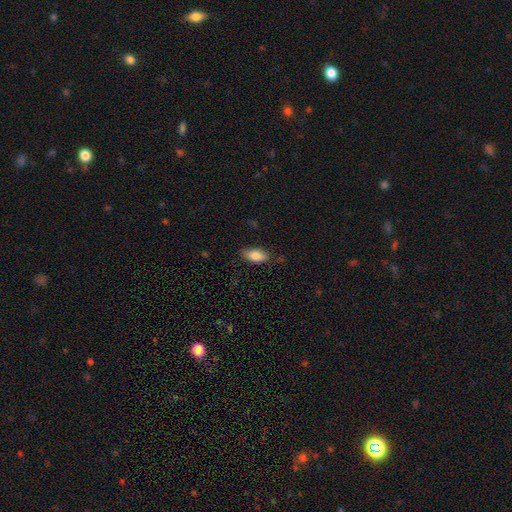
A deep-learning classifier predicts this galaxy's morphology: smooth_or_featured: smooth (p=0.85) [alt: featured or disk p=0.08]
how_rounded: in between (p=0.89) [alt: cigar-shaped p=0.08]
merging: none (p=0.77) [alt: minor disturbance p=0.17]